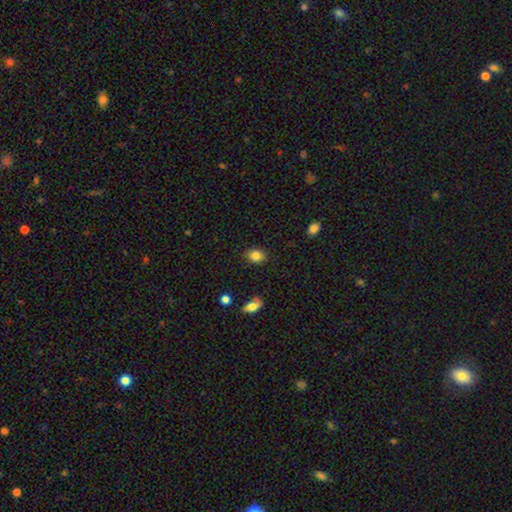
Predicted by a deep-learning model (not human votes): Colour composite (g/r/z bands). It shows a smooth galaxy with no disk features (84%) that is in between round and cigar-shaped (68%). Merging: none (85%).